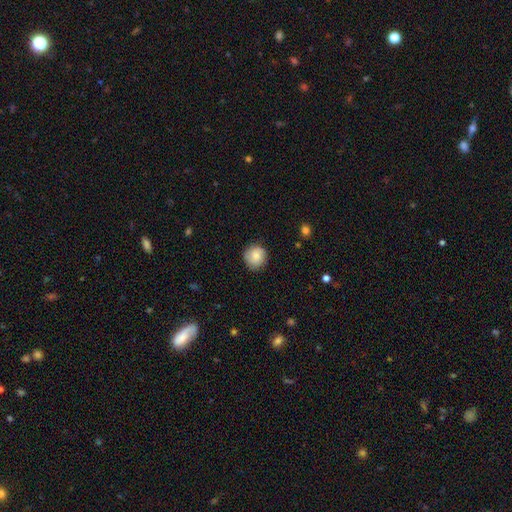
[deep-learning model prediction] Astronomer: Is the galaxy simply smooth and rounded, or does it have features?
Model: smooth — 80%.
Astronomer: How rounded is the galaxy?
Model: round — 91%.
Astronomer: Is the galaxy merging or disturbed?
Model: none — 83%.